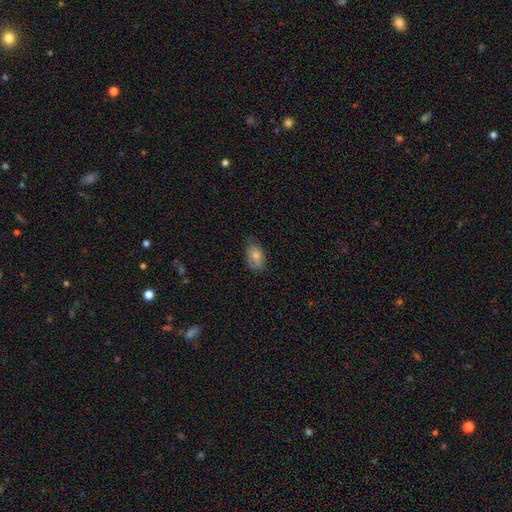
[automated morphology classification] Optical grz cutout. It shows a smooth galaxy with no disk features (79%) that is in between round and cigar-shaped (90%). Merging: none (70%).